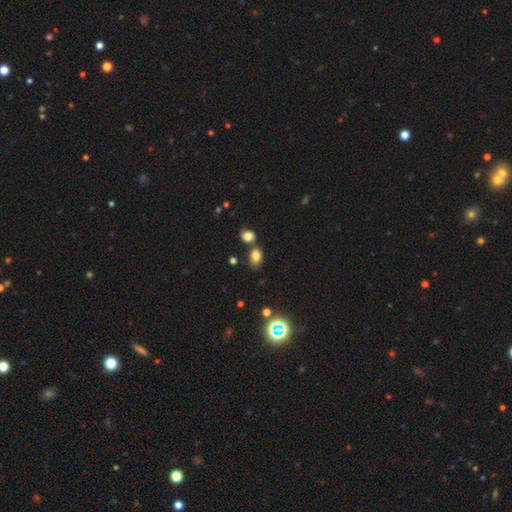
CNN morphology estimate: Overall: smooth (77%). How rounded: in between (81%). Merging: none (62%).